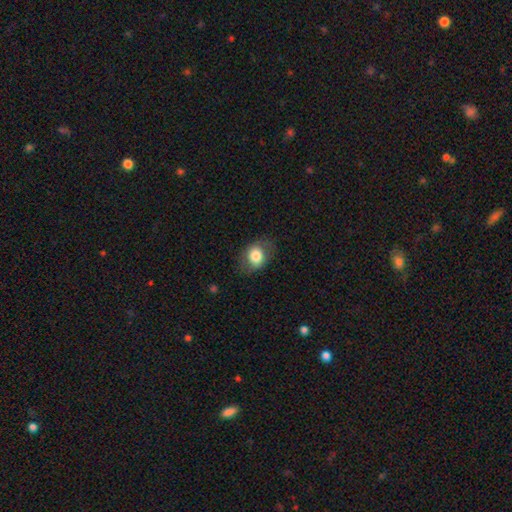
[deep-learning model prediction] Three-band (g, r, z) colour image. It shows a smooth galaxy with no disk features (76%) that is in between round and cigar-shaped (59%). Merging: none (74%).